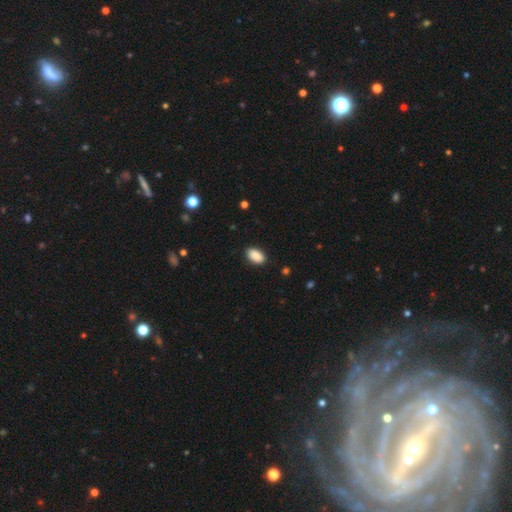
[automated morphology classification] A smooth galaxy with no disk features (90%) that is in between round and cigar-shaped (93%). Merging: none (88%).